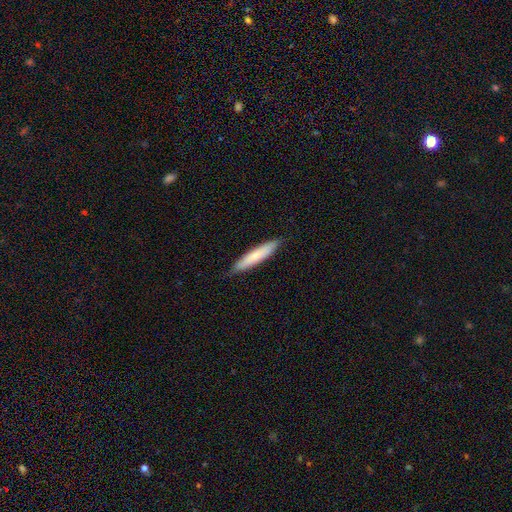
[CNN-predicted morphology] Smooth or featured?
  - smooth: 74% *
  - featured or disk: 21%
  - star or artifact: 5%
How rounded?
  - cigar-shaped: 88% *
  - in between: 11%
  - round: 1%
Merging?
  - none: 87% *
  - minor disturbance: 10%
  - major disturbance: 2%
  - merger: 1%